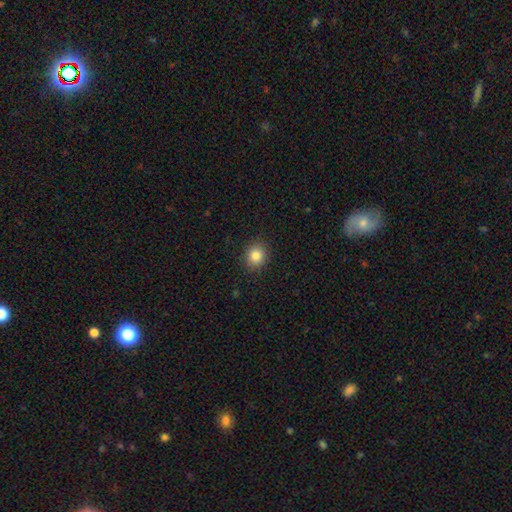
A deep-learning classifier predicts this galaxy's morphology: smooth-or-featured: smooth: 84% | star or artifact: 11% | featured or disk: 6%
  how-rounded: round: 78% | in between: 21% | cigar-shaped: 1%
  merging: none: 90% | minor disturbance: 7% | major disturbance: 2% | merger: 1%